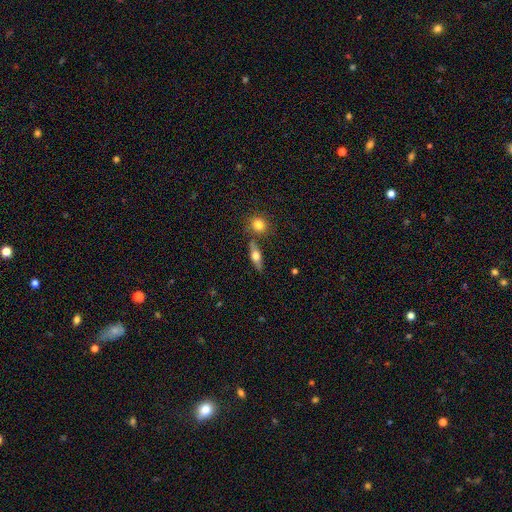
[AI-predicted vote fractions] The model was most divided on "smooth or featured": smooth: 52%, featured or disk: 40%, star or artifact: 8%. More confident: merging — none (72%); how rounded — in between (55%).